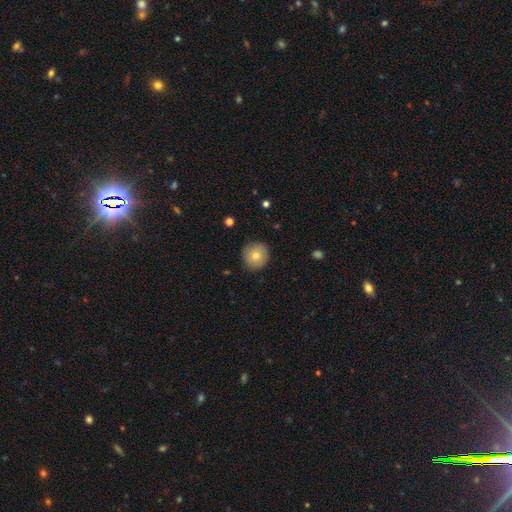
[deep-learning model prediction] smooth_or_featured: smooth (p=0.78) [alt: featured or disk p=0.14]
how_rounded: round (p=0.93) [alt: in between p=0.06]
merging: none (p=0.88) [alt: minor disturbance p=0.09]